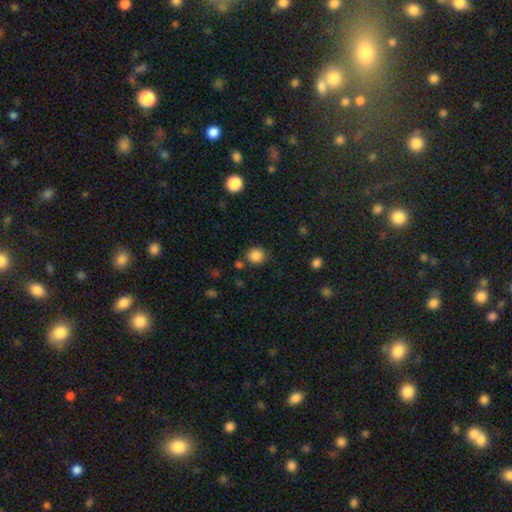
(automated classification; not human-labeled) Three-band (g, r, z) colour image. It shows a smooth galaxy with no disk features (86%) that is round (84%). Merging: none (79%).